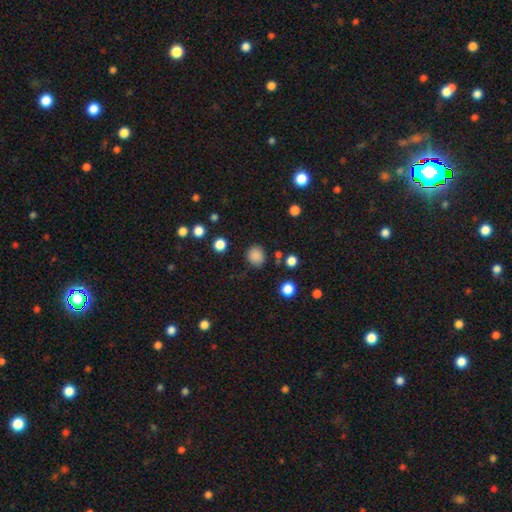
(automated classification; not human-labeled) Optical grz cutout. It shows a smooth galaxy with no disk features (84%) that is round (81%). Merging: none (80%).